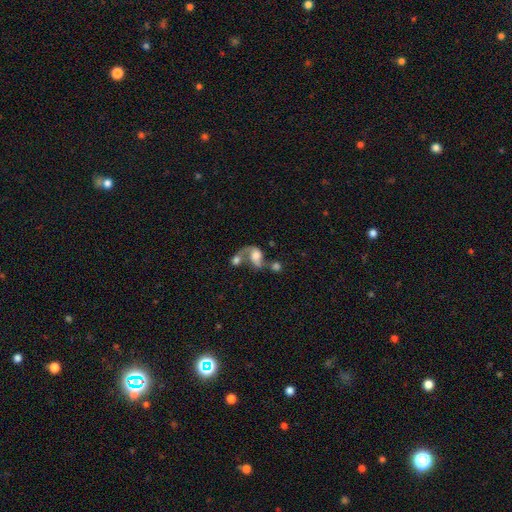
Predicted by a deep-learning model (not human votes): Q: Smooth or featured?
A: featured or disk (55%); runner-up: smooth (35%)
Q: Edge-on disk?
A: no (96%); runner-up: yes (4%)
Q: Bar?
A: no (66%); runner-up: weak (26%)
Q: Spiral arms?
A: yes (77%); runner-up: no (23%)
Q: Bulge size?
A: large (33%); runner-up: moderate (28%)
Q: Merging?
A: merger (59%); runner-up: major disturbance (19%)